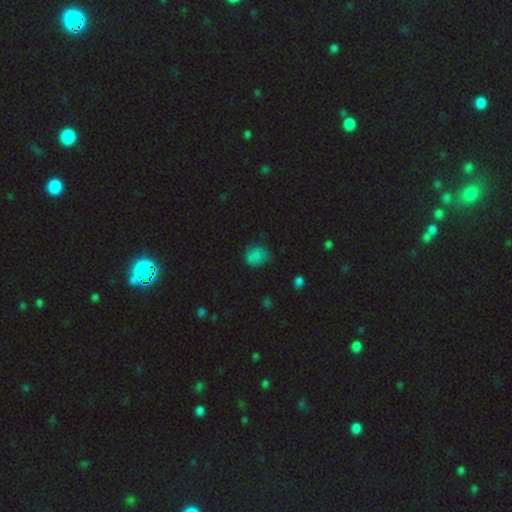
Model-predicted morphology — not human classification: type=smooth (80%); roundness=round (62%); merging=none (69%).